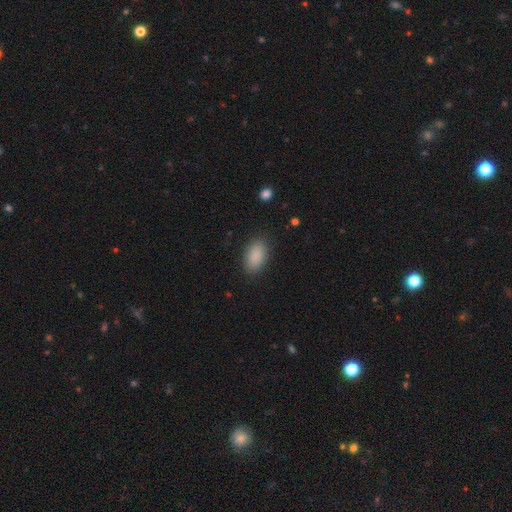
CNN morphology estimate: Smooth or featured: smooth — 89% (star or artifact — 7%)
How rounded: in between — 93% (round — 5%)
Merging: none — 87% (minor disturbance — 9%)